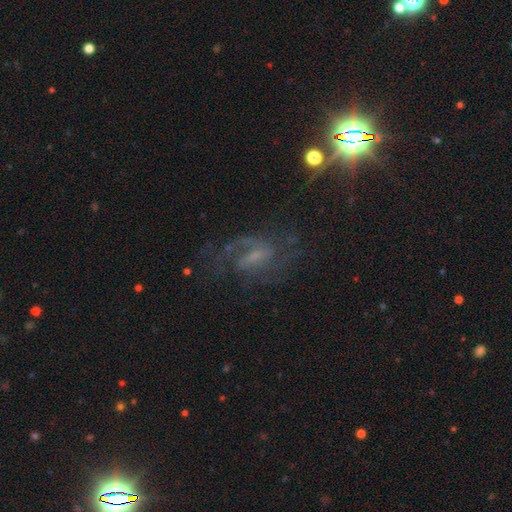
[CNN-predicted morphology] Overall: featured or disk (78%). Edge-on disk: no (96%). Bar: weak (50%; strong 28%). Spiral arms: yes (94%). Spiral arm count: 2 (65%). Spiral winding: medium (52%; loose 25%). Bulge size: small (41%; none 32%). Merging: none (63%).